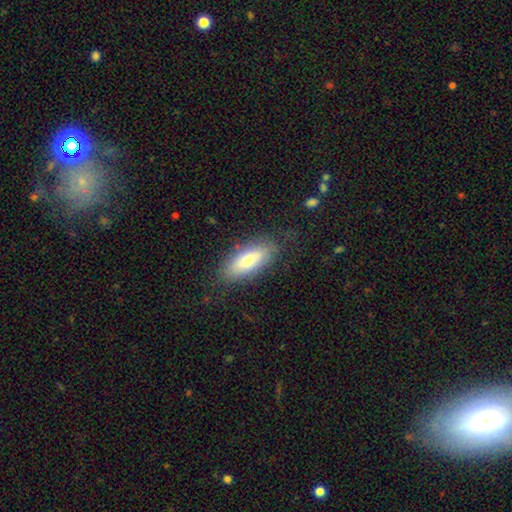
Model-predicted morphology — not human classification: type=smooth (72%); roundness=in between (78%); merging=none (78%).